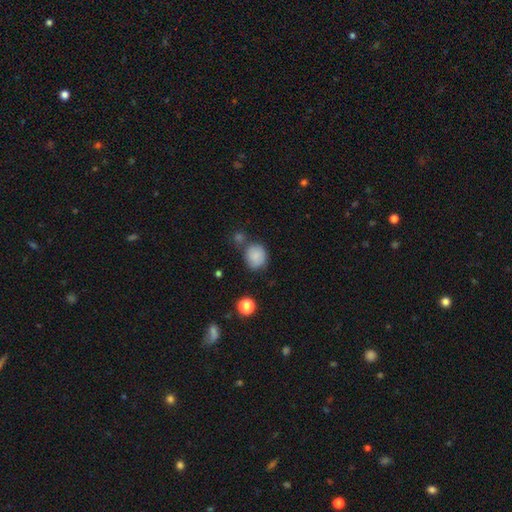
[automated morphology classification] smooth_or_featured: smooth (p=0.83) [alt: star or artifact p=0.09]
how_rounded: round (p=0.71) [alt: in between p=0.28]
merging: none (p=0.61) [alt: minor disturbance p=0.18]